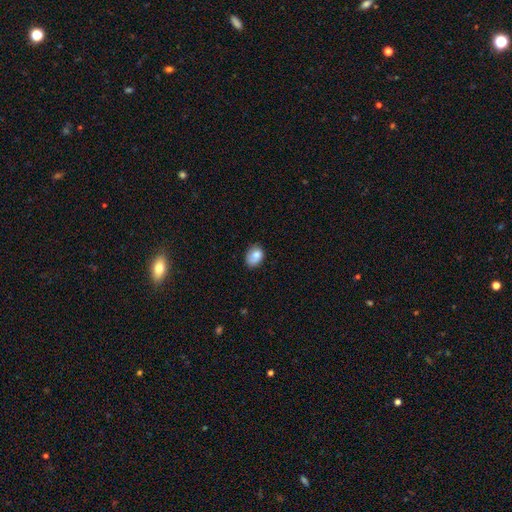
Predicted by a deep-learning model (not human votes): Overall: smooth (79%). How rounded: in between (68%; round 31%). Merging: none (61%; minor disturbance 29%).